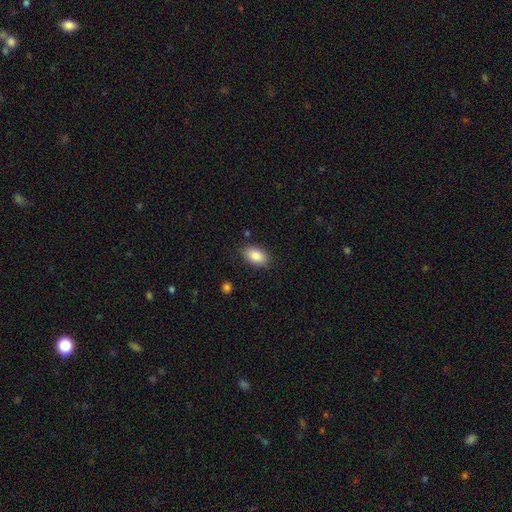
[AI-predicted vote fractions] A smooth galaxy with no disk features (87%) that is in between round and cigar-shaped (92%). Merging: none (85%).